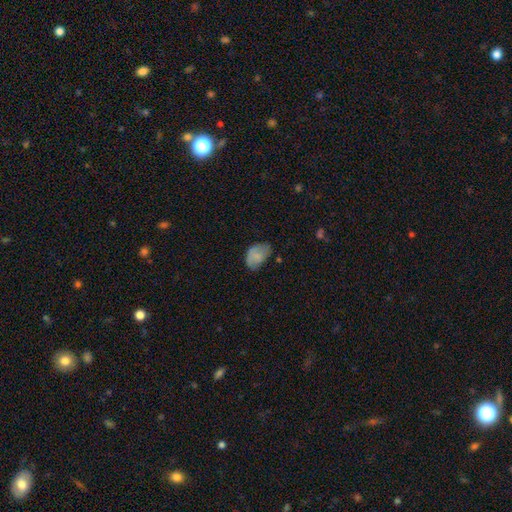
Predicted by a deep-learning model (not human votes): This appears to be a smooth galaxy with no disk features (75%) that is in between round and cigar-shaped (87%). Merging: none (48%).